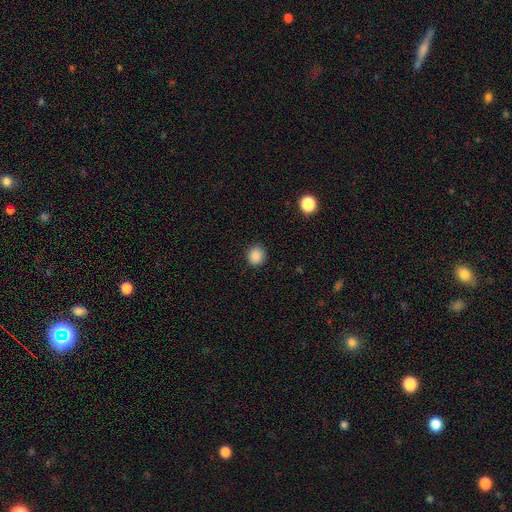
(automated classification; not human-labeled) Overall: smooth (88%). How rounded: round (83%). Merging: none (89%).